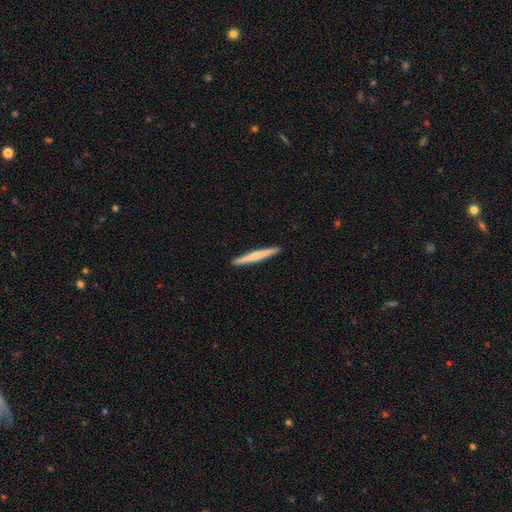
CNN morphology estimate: smooth-or-featured: smooth: 56% | featured or disk: 39% | star or artifact: 5%
  how-rounded: cigar-shaped: 97% | in between: 2% | round: 1%
  merging: none: 93% | minor disturbance: 5% | major disturbance: 1% | merger: 1%